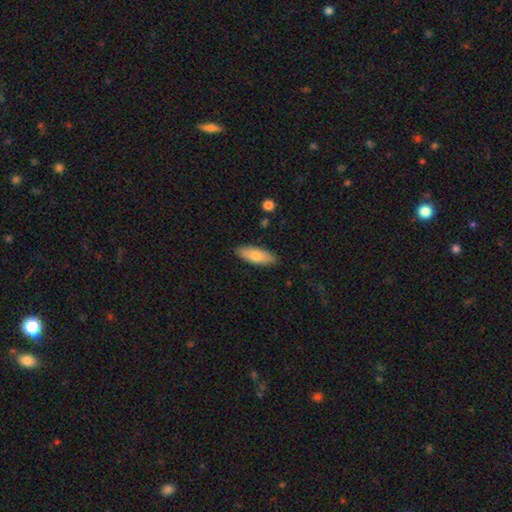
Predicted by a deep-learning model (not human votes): smooth-or-featured: smooth: 77% | featured or disk: 18% | star or artifact: 6%
  how-rounded: in between: 70% | cigar-shaped: 28% | round: 2%
  merging: none: 87% | minor disturbance: 10% | major disturbance: 2% | merger: 1%